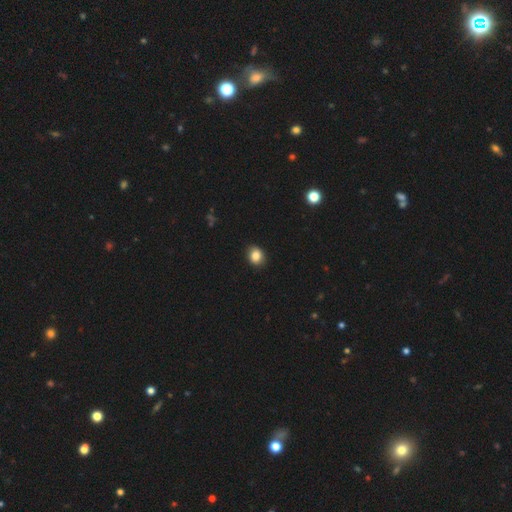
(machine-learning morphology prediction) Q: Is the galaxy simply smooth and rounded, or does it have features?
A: smooth — 85%.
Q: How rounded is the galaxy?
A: round — 63%.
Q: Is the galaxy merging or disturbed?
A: none — 89%.